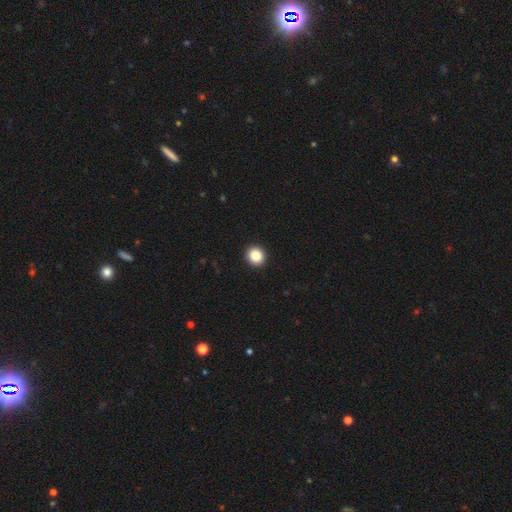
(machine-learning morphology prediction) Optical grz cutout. It shows a smooth galaxy with no disk features (86%) that is round (87%). Merging: none (93%).